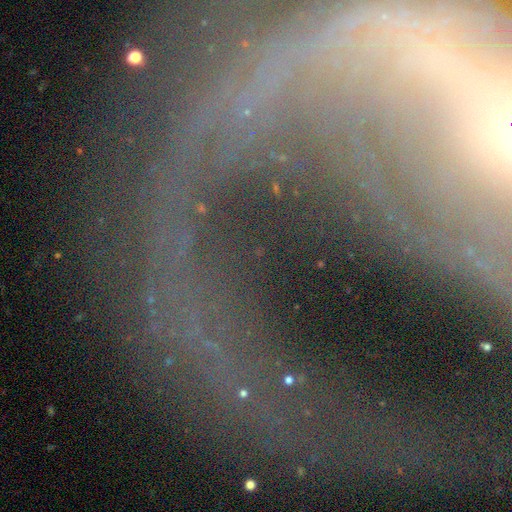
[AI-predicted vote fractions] star or artifact 55%, featured or disk 30%, smooth 15%.